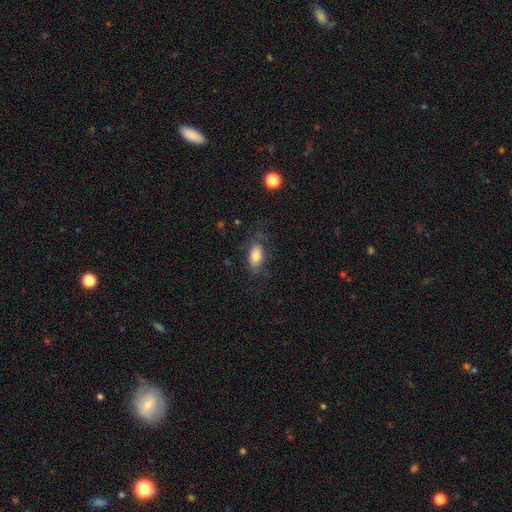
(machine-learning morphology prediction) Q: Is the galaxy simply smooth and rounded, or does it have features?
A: smooth — 71%.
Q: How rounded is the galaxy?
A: in between — 88%.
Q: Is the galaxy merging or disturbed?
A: none — 63%.